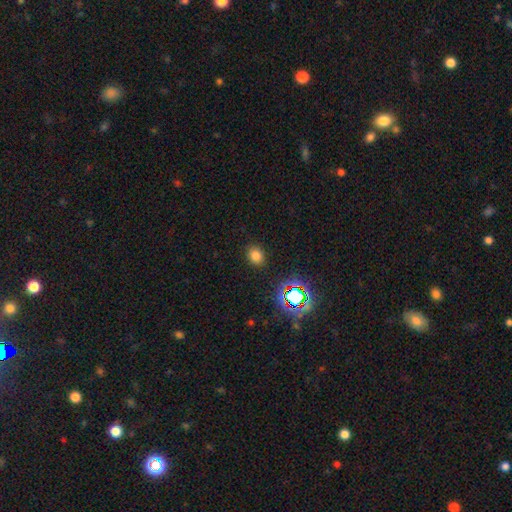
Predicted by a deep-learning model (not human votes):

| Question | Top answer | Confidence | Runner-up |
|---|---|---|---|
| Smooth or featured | smooth | 74% | star or artifact (20%) |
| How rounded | round | 52% | in between (47%) |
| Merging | none | 87% | minor disturbance (9%) |